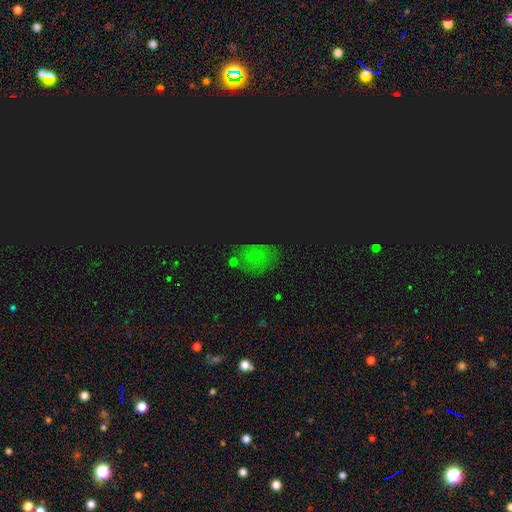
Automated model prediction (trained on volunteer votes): Smooth or featured?
  - star or artifact: 53% *
  - smooth: 30%
  - featured or disk: 16%